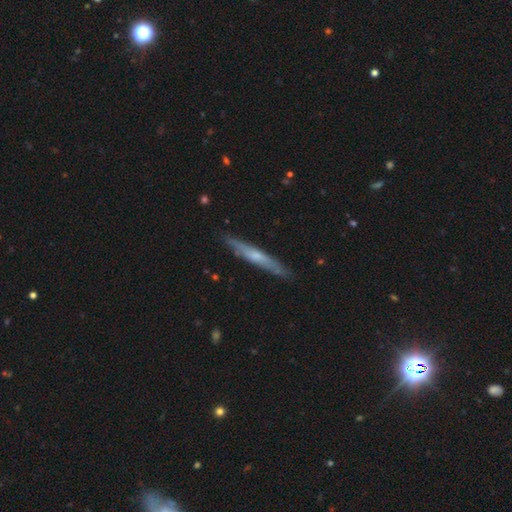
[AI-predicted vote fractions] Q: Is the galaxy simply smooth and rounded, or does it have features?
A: featured or disk — 55%.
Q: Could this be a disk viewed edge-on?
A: yes — 91%.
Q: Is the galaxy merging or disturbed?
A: none — 86%.